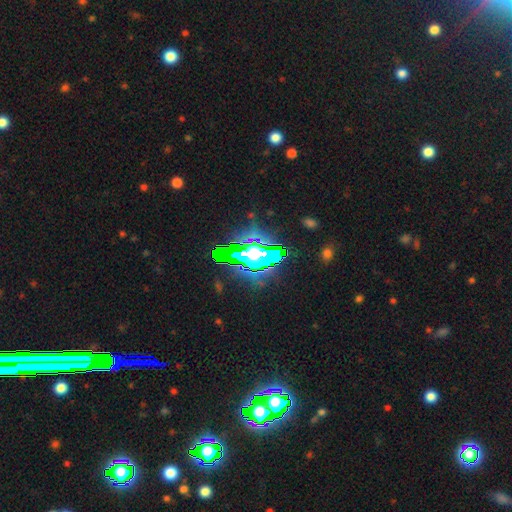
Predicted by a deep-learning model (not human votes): This is possibly a star or artifact rather than a galaxy (57%).